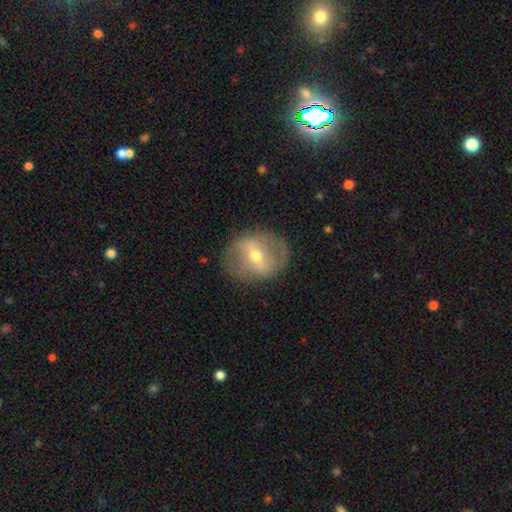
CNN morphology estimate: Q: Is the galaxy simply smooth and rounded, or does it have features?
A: featured or disk — 66%.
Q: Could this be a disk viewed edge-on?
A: no — 93%.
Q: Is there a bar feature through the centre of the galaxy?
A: strong — 43%.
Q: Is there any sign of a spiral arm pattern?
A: yes — 57%.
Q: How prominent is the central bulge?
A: moderate — 57%.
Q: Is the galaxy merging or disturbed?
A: none — 77%.